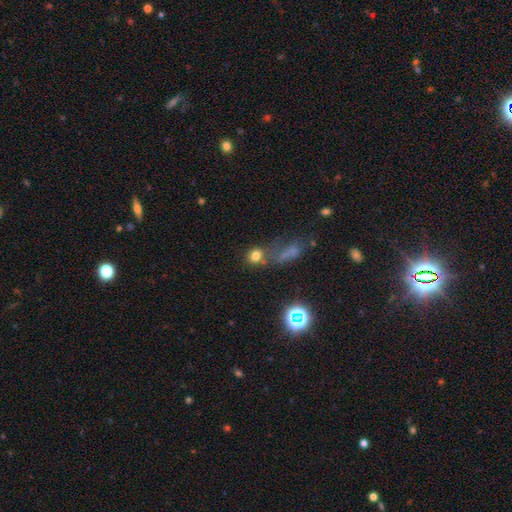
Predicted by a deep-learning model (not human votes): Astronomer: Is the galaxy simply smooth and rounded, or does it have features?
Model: smooth — 71%.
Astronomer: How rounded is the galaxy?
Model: round — 72%.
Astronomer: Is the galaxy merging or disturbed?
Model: none — 55%.